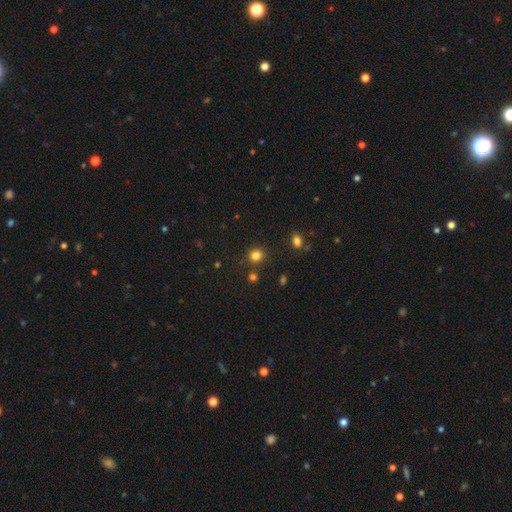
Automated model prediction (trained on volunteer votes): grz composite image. It shows a smooth galaxy with no disk features (81%) that is round (85%). Merging: none (83%).